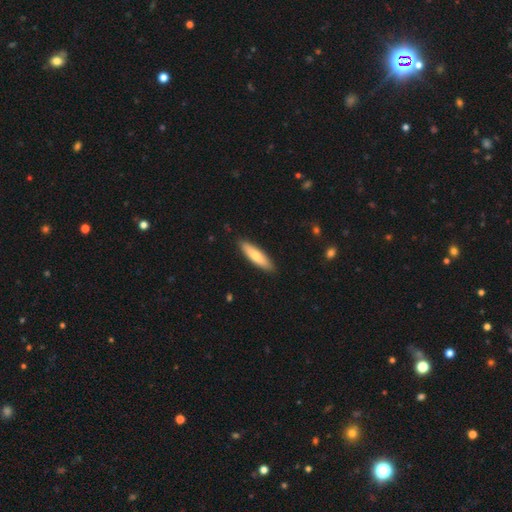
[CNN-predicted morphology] smooth_or_featured: smooth (p=0.73) [alt: featured or disk p=0.22]
how_rounded: cigar-shaped (p=0.69) [alt: in between p=0.29]
merging: none (p=0.89) [alt: minor disturbance p=0.08]